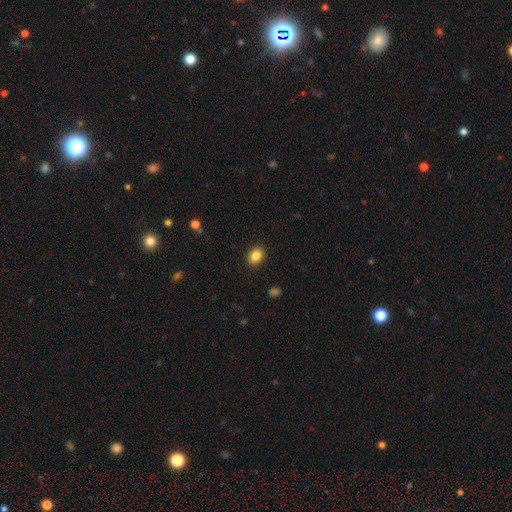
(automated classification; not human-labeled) A smooth galaxy with no disk features (86%) that is in between round and cigar-shaped (61%).

Vote fractions:
- Smooth or featured? smooth: 86% / star or artifact: 9% / featured or disk: 5%
- How rounded? in between: 61% / round: 38% / cigar-shaped: 1%
- Merging? none: 89% / minor disturbance: 7% / major disturbance: 2% / merger: 1%